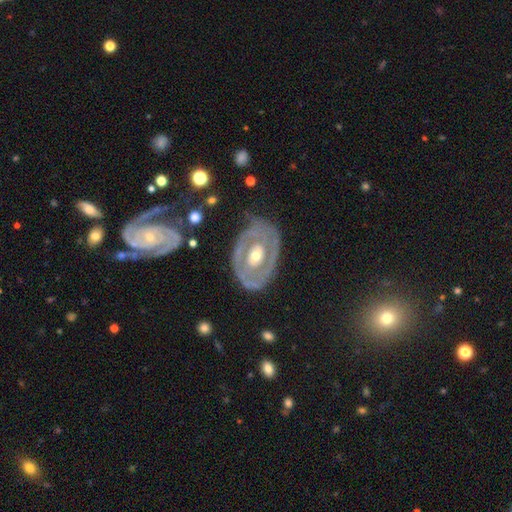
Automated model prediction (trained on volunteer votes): Morphology: type=featured or disk (78%); edge-on=no (95%); bar=no (73%); spiral arms=yes (52%); bulge=moderate (66%); merging=none (63%).